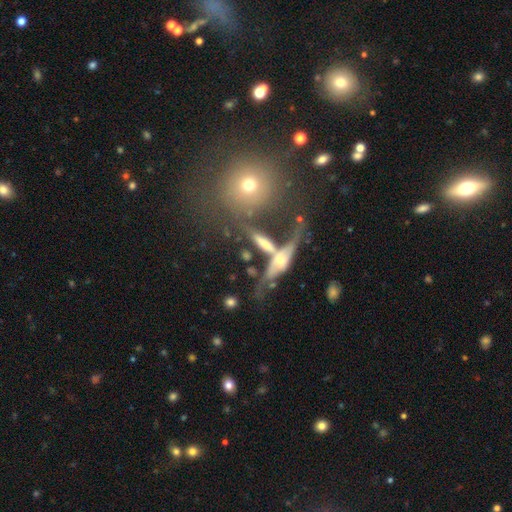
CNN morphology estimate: smooth_or_featured: featured or disk (p=0.36) [alt: star or artifact p=0.33]
merging: none (p=0.67) [alt: merger p=0.16]